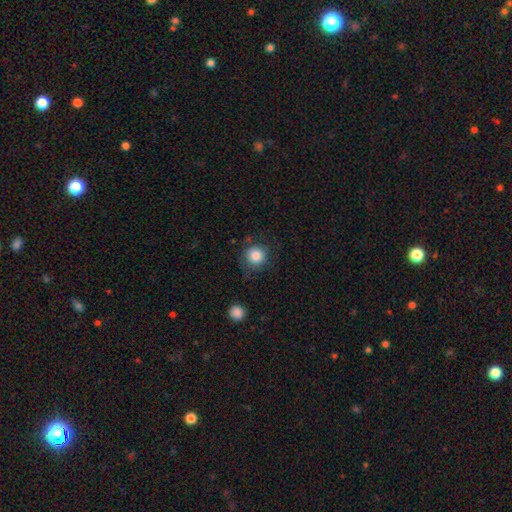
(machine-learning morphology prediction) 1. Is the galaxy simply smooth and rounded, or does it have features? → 85% smooth, 9% star or artifact, 6% featured or disk.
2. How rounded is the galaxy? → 91% round, 8% in between, 1% cigar-shaped.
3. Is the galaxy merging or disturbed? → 75% none, 16% minor disturbance, 6% major disturbance, 2% merger.